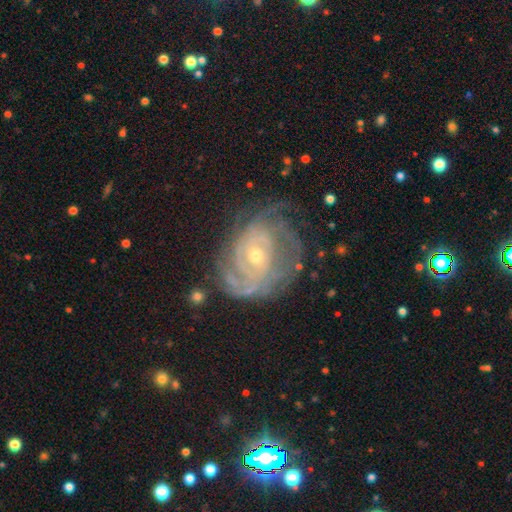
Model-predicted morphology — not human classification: The model was most divided on "spiral arm count": can't tell: 38%, 3: 17%, 2: 16%, 4: 14%, more than 4: 9%, 1: 6%. More confident: edge-on disk — no (97%); spiral arms — yes (94%); smooth or featured — featured or disk (86%); bar — no (70%); spiral winding — tight (70%); merging — none (62%); bulge size — small (59%).